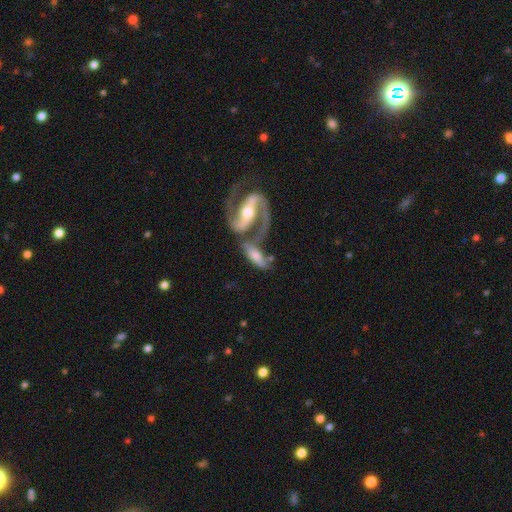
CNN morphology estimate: The model was most divided on "merging": merger: 43%, none: 35%, minor disturbance: 13%, major disturbance: 9%. More confident: edge-on disk — no (74%); smooth or featured — featured or disk (63%).